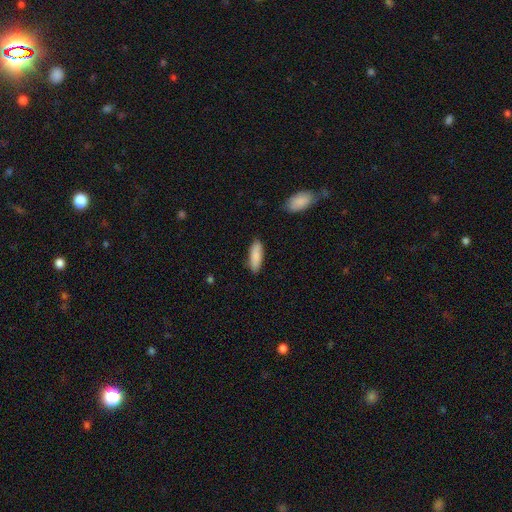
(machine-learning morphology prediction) A smooth galaxy with no disk features (87%) that is in between round and cigar-shaped (56%).

Vote fractions:
- Smooth or featured? smooth: 87% / featured or disk: 8% / star or artifact: 6%
- How rounded? in between: 56% / cigar-shaped: 42% / round: 2%
- Merging? none: 87% / minor disturbance: 10% / major disturbance: 2% / merger: 1%